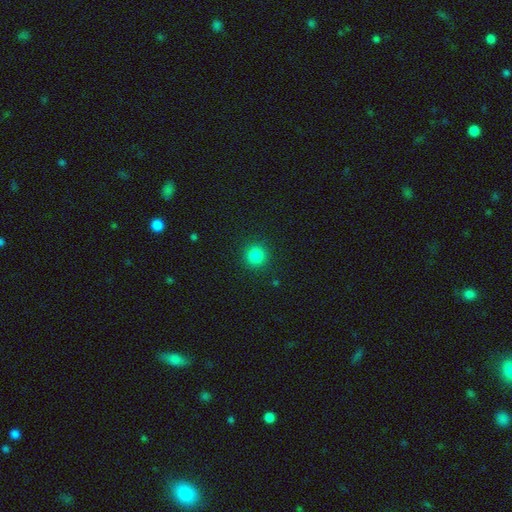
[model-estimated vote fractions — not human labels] smooth_or_featured: smooth (p=0.84) [alt: star or artifact p=0.12]
how_rounded: round (p=0.93) [alt: in between p=0.06]
merging: none (p=0.91) [alt: minor disturbance p=0.06]